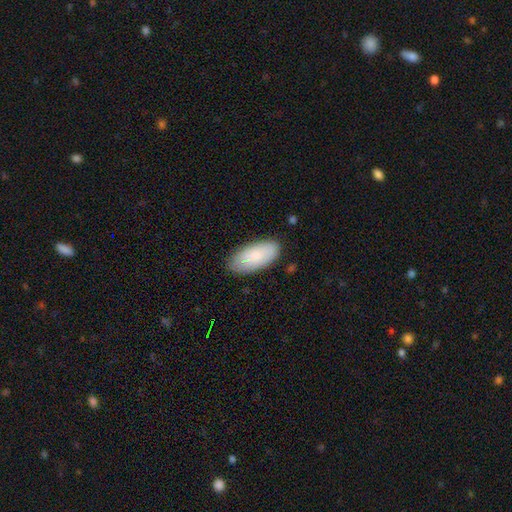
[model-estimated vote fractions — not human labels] Smooth or featured: smooth — 83% (featured or disk — 11%)
How rounded: in between — 92% (cigar-shaped — 7%)
Merging: none — 84% (minor disturbance — 12%)